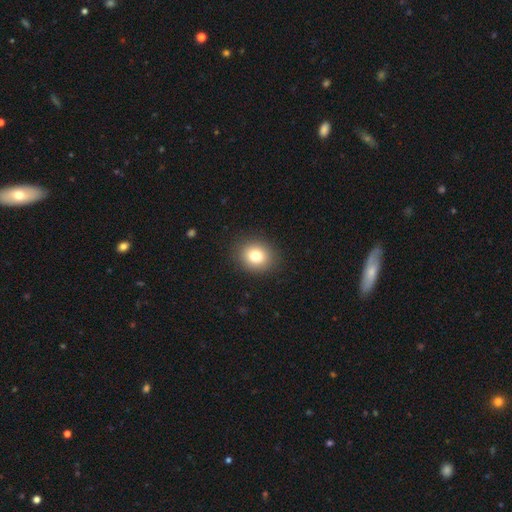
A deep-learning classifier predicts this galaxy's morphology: This appears to be a smooth galaxy with no disk features (81%) that is round (68%). Merging: none (90%).